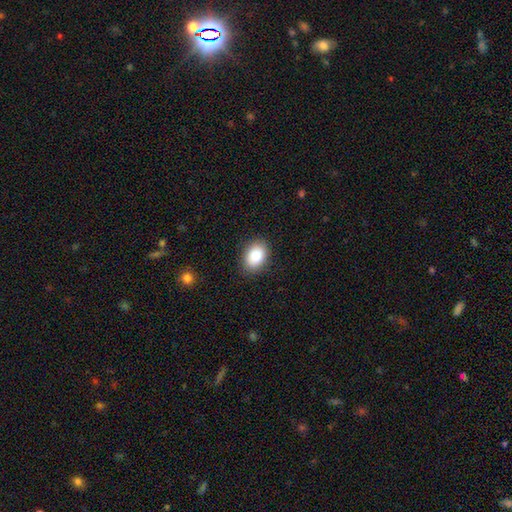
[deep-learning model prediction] smooth-or-featured: smooth: 87% | star or artifact: 7% | featured or disk: 6%
  how-rounded: in between: 82% | round: 17% | cigar-shaped: 1%
  merging: none: 87% | minor disturbance: 10% | major disturbance: 2% | merger: 1%